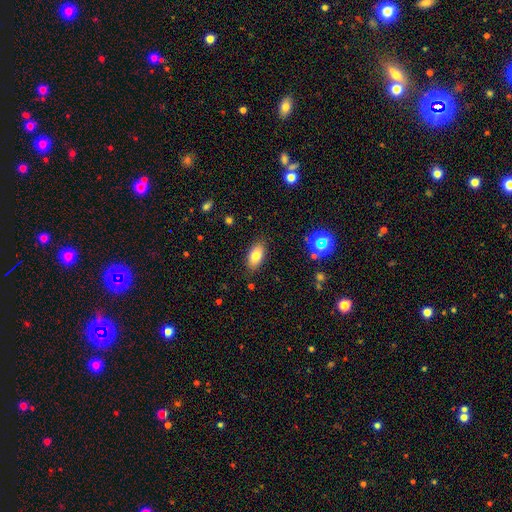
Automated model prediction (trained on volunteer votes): smooth-or-featured: smooth: 78% | featured or disk: 13% | star or artifact: 9%
  how-rounded: in between: 91% | cigar-shaped: 5% | round: 4%
  merging: none: 86% | minor disturbance: 10% | major disturbance: 3% | merger: 1%